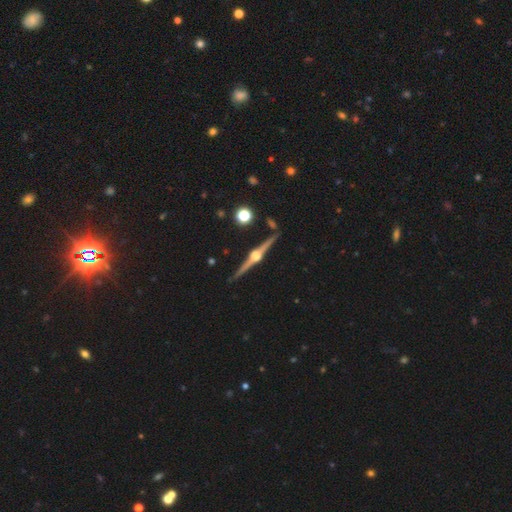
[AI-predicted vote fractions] This is clearly a featured or disk galaxy (89%). It is clearly viewed edge-on (99%). Edge-on bulge: clearly rounded (96%). Merging: clearly none (90%).